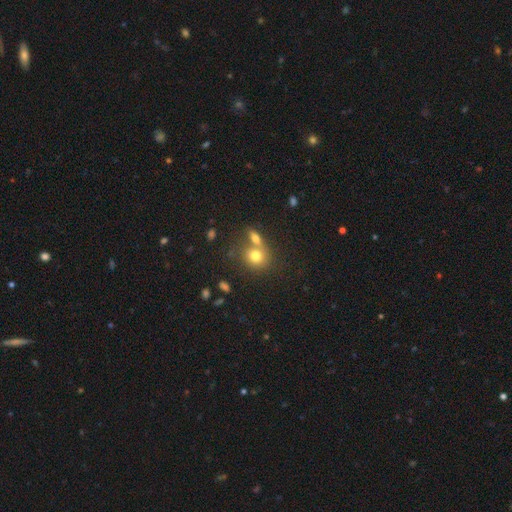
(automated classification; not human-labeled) Morphology: type=smooth (75%); roundness=round (72%); merging=none (44%).